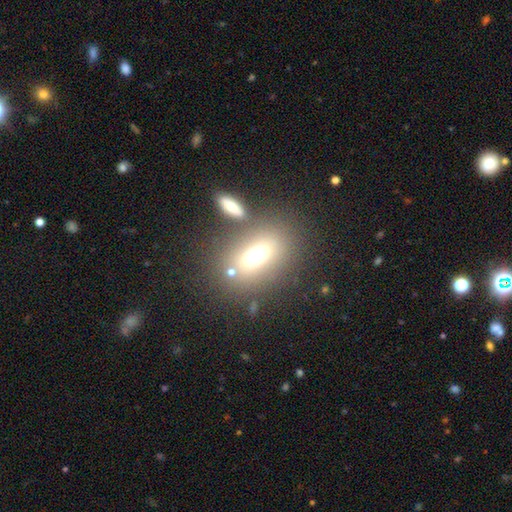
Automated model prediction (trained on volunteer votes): smooth-or-featured: smooth: 66% | featured or disk: 18% | star or artifact: 16%
  how-rounded: in between: 72% | round: 24% | cigar-shaped: 4%
  merging: none: 62% | merger: 21% | minor disturbance: 11% | major disturbance: 6%